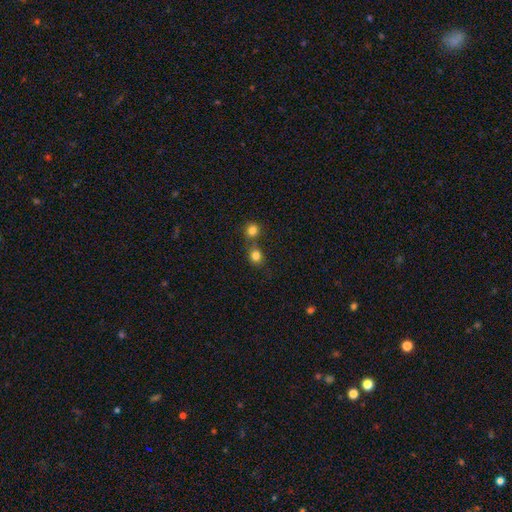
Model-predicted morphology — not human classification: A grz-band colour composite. It shows a smooth galaxy with no disk features (81%) that is round (78%). Merging: none (56%).